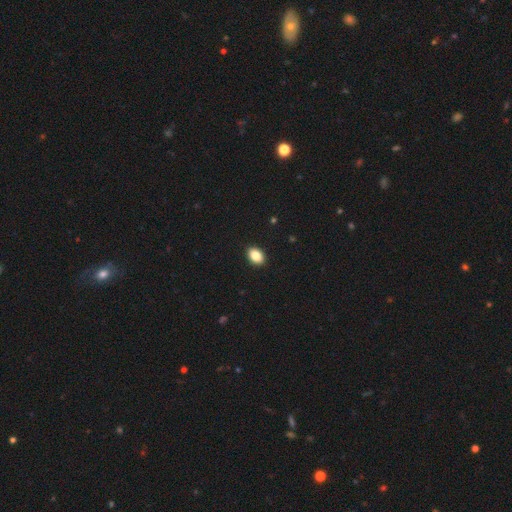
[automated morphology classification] smooth-or-featured: smooth: 86% | star or artifact: 9% | featured or disk: 5%
  how-rounded: in between: 83% | round: 15% | cigar-shaped: 1%
  merging: none: 91% | minor disturbance: 7% | major disturbance: 2% | merger: 1%